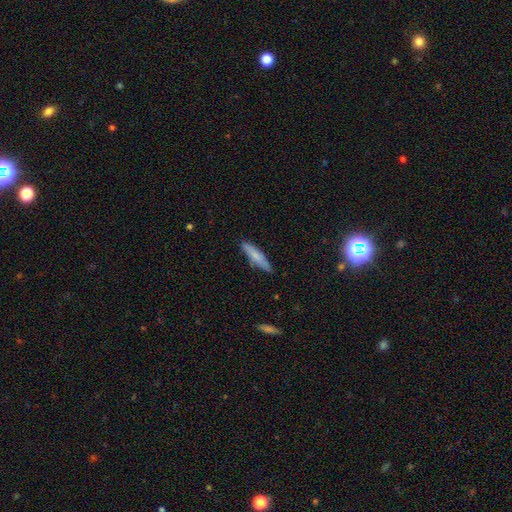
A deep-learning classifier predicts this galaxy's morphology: A smooth galaxy with no disk features (72%) that is cigar-shaped (81%).

Vote fractions:
- Smooth or featured? smooth: 72% / featured or disk: 22% / star or artifact: 6%
- How rounded? cigar-shaped: 81% / in between: 17% / round: 2%
- Merging? none: 83% / minor disturbance: 14% / major disturbance: 2% / merger: 1%